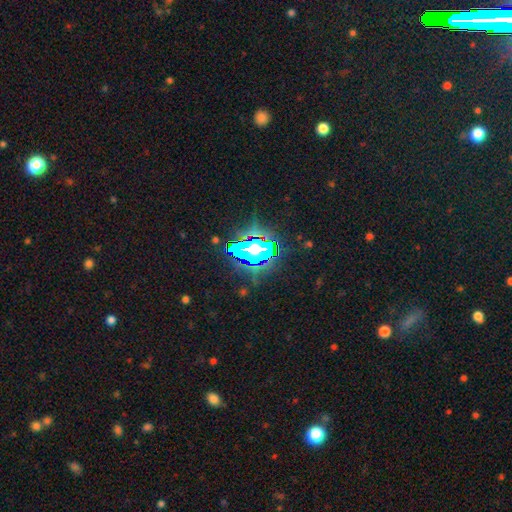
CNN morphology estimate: Smooth or featured? Predicted: star or artifact (p=0.80).